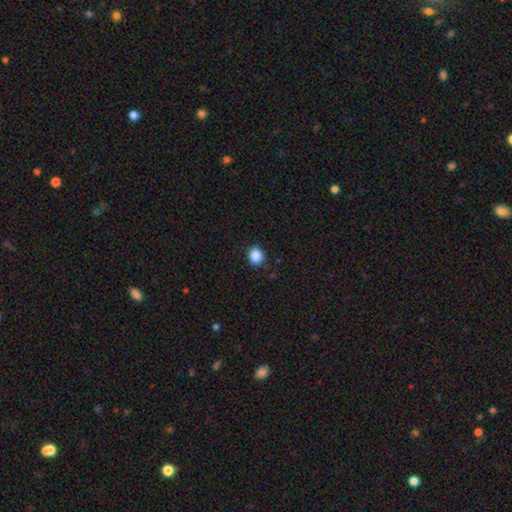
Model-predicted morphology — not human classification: Overall: smooth (88%). How rounded: round (67%; in between 32%). Merging: none (85%).